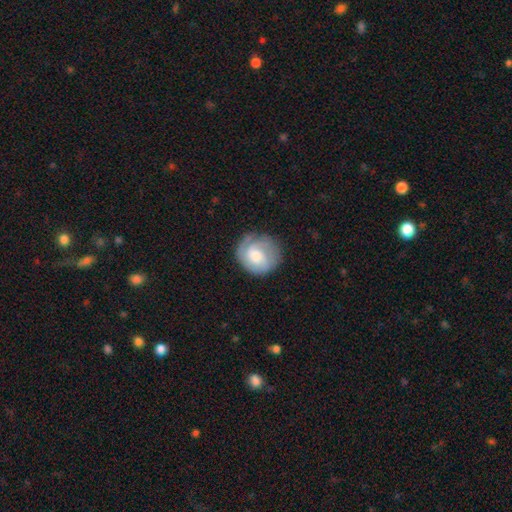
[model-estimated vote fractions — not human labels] This is possibly a featured or disk galaxy (52%). It is clearly not viewed edge-on (97%). Bar: likely no (63%). Spiral arm pattern: clearly yes (83%). Central bulge: possibly moderate (51%). Merging: likely none (69%).